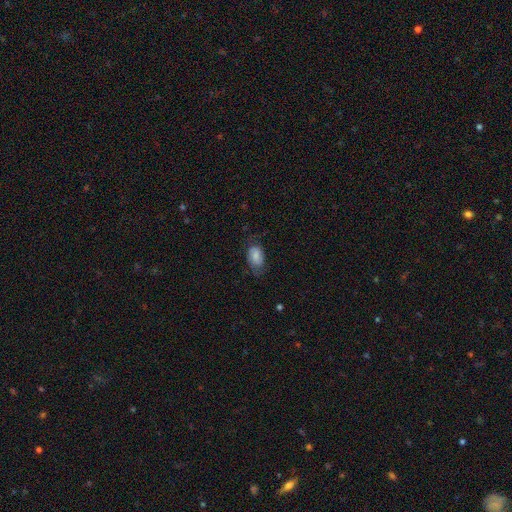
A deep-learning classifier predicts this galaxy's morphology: Smooth or featured? Predicted: smooth (p=0.71). How rounded? Predicted: in between (p=0.86). Merging? Predicted: none (p=0.59).